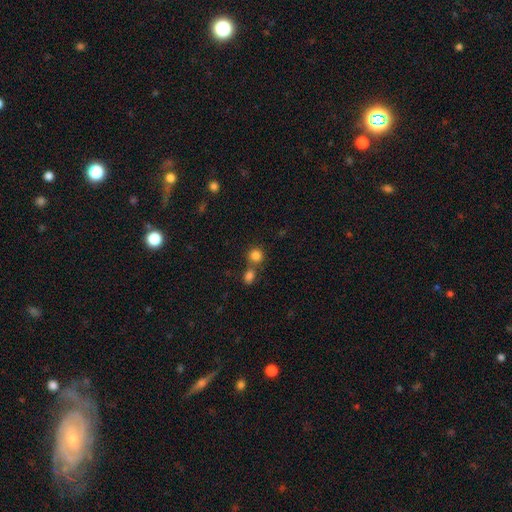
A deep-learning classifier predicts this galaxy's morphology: type=smooth (83%); roundness=round (86%); merging=none (59%).